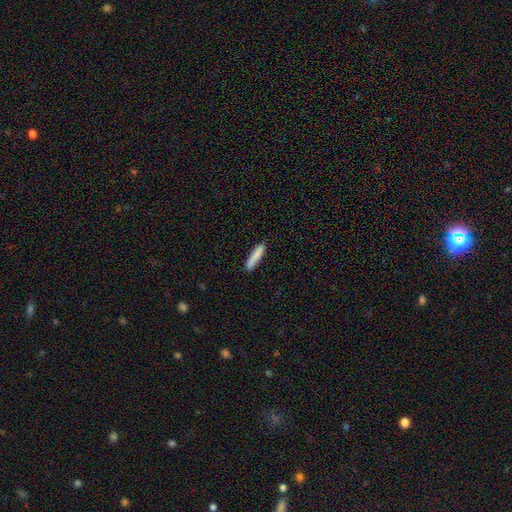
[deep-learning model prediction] A smooth galaxy with no disk features (85%) that is cigar-shaped (89%).

Vote fractions:
- Smooth or featured? smooth: 85% / featured or disk: 9% / star or artifact: 6%
- How rounded? cigar-shaped: 89% / in between: 9% / round: 1%
- Merging? none: 88% / minor disturbance: 9% / major disturbance: 2% / merger: 1%